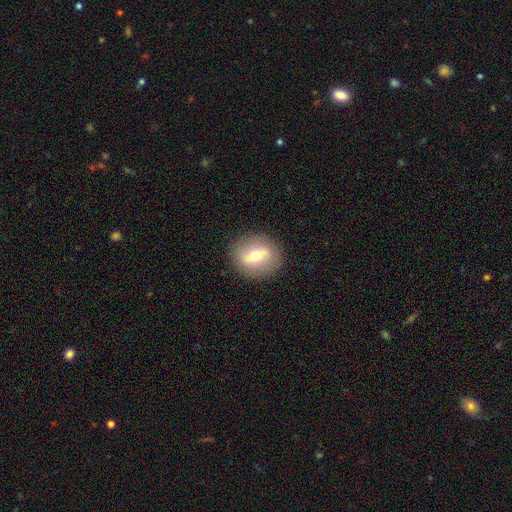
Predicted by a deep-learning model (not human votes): Smooth or featured: smooth — 47% (featured or disk — 45%)
Merging: none — 88% (minor disturbance — 8%)